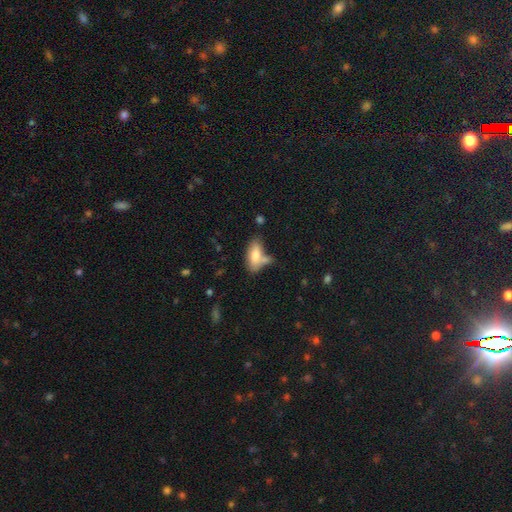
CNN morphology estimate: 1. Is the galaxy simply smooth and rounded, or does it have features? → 78% smooth, 15% featured or disk, 7% star or artifact.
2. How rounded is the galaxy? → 83% in between, 14% cigar-shaped, 3% round.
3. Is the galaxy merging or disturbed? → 48% none, 27% merger, 19% minor disturbance, 7% major disturbance.